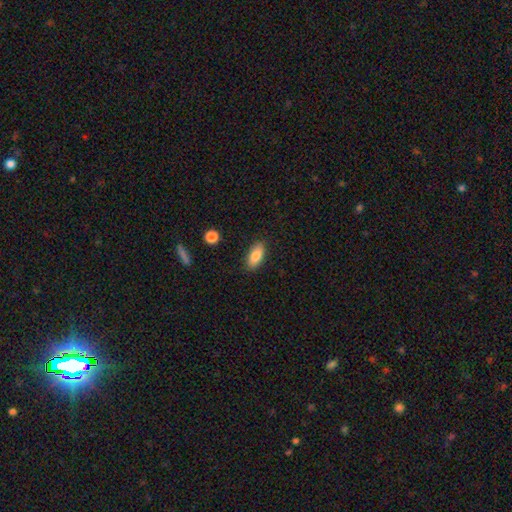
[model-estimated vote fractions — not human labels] A smooth galaxy with no disk features (84%) that is in between round and cigar-shaped (88%).

Vote fractions:
- Smooth or featured? smooth: 84% / featured or disk: 9% / star or artifact: 7%
- How rounded? in between: 88% / cigar-shaped: 10% / round: 3%
- Merging? none: 87% / minor disturbance: 10% / major disturbance: 2% / merger: 1%